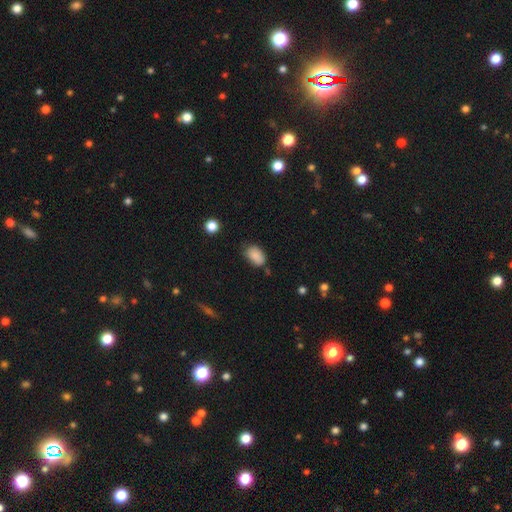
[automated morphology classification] This is clearly a smooth galaxy (87%). How rounded: clearly in between (87%). Merging: likely none (65%).